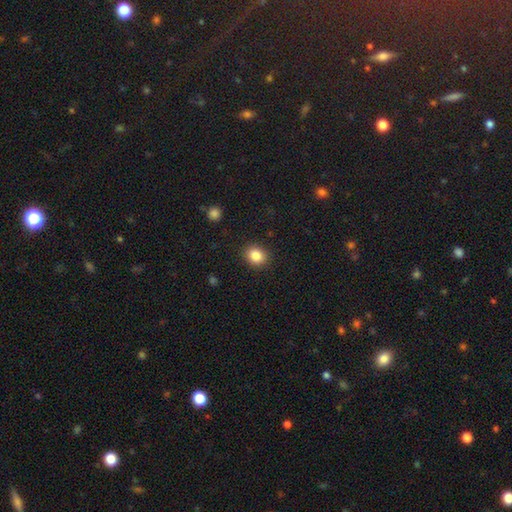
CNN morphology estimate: The model was most divided on "how rounded": round: 65%, in between: 35%, cigar-shaped: 1%. More confident: merging — none (90%); smooth or featured — smooth (85%).